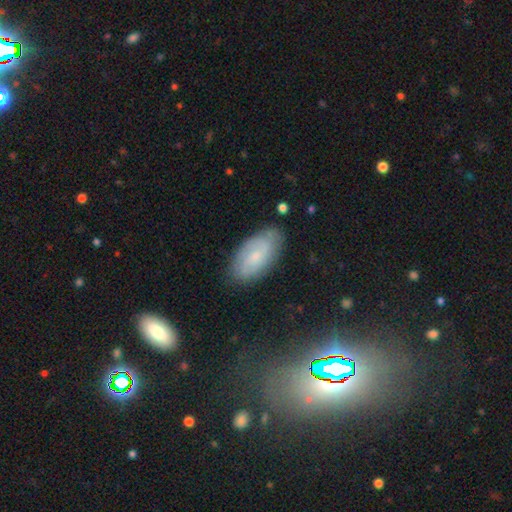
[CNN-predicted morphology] type=smooth (48%); merging=none (77%).